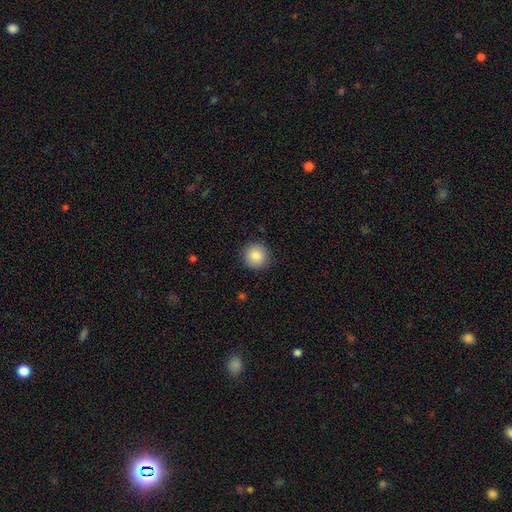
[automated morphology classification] smooth 86%, star or artifact 9%, featured or disk 6%. Down the decision tree: how rounded — round (94%); merging — none (91%).